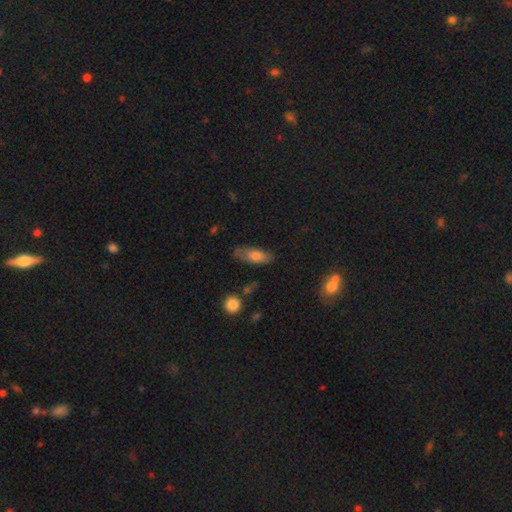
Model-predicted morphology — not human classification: This appears to be a smooth galaxy with no disk features (70%) that is in between round and cigar-shaped (77%). Merging: none (70%).